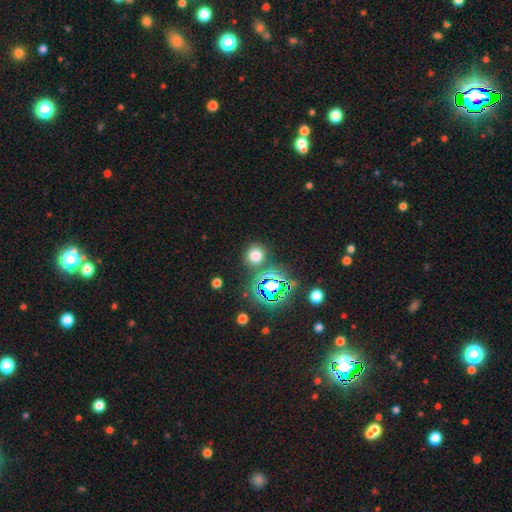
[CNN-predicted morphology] smooth-or-featured: smooth: 67% | star or artifact: 27% | featured or disk: 6%
  how-rounded: round: 89% | in between: 10% | cigar-shaped: 1%
  merging: none: 82% | minor disturbance: 8% | merger: 6% | major disturbance: 3%